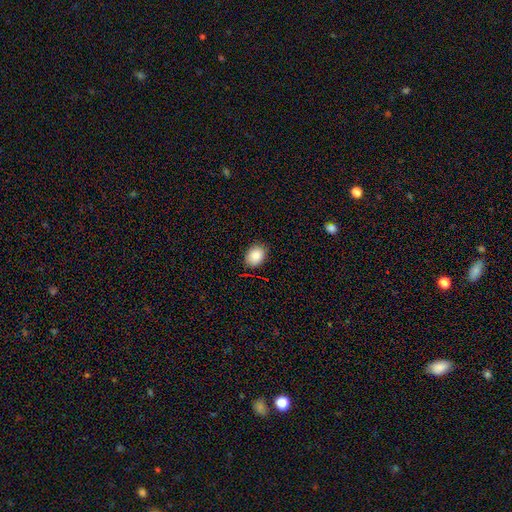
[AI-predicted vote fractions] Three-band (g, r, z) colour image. It shows a smooth galaxy with no disk features (87%) that is in between round and cigar-shaped (66%). Merging: none (85%).